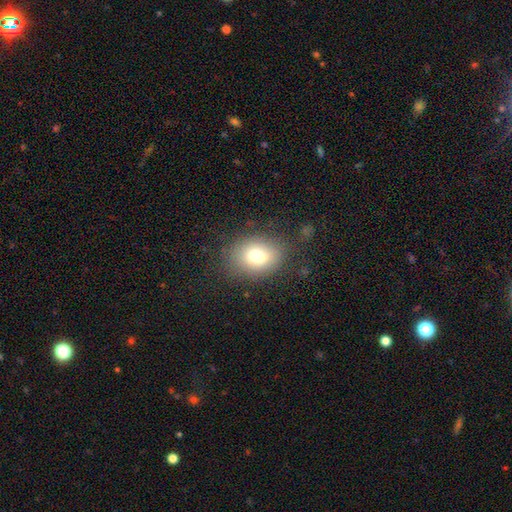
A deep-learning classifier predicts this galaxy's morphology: This appears to be a smooth galaxy with no disk features (72%) that is in between round and cigar-shaped (64%). Merging: none (68%).